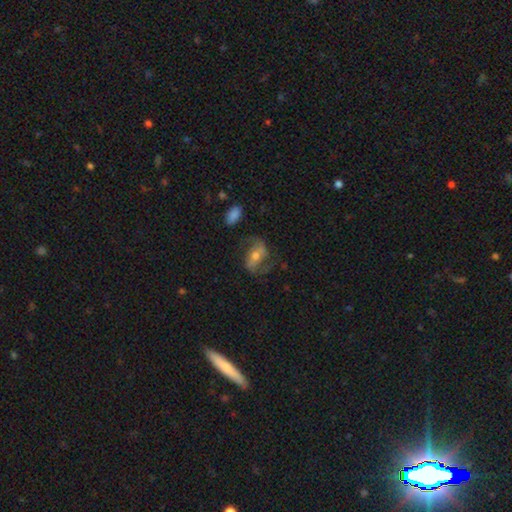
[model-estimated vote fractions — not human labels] Smooth or featured? featured or disk (67%)
Edge-on disk? no (93%)
Bar? strong (38%)
Spiral arms? yes (83%)
Spiral winding? medium (44%)
Spiral arm count? 2 (86%)
Bulge size? moderate (57%)
Merging? none (65%)